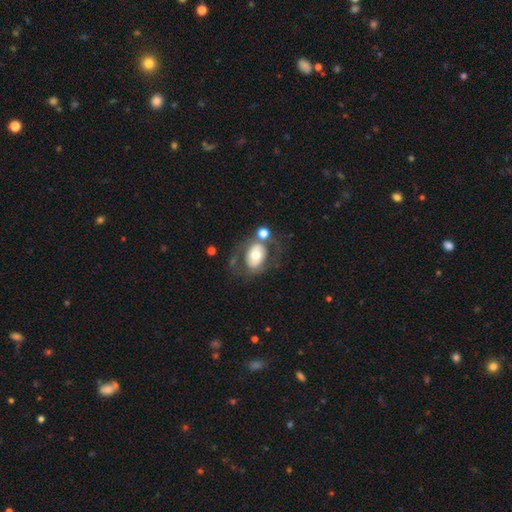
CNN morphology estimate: smooth 50%, featured or disk 43%, star or artifact 8%. Down the decision tree: merging — none (50%).